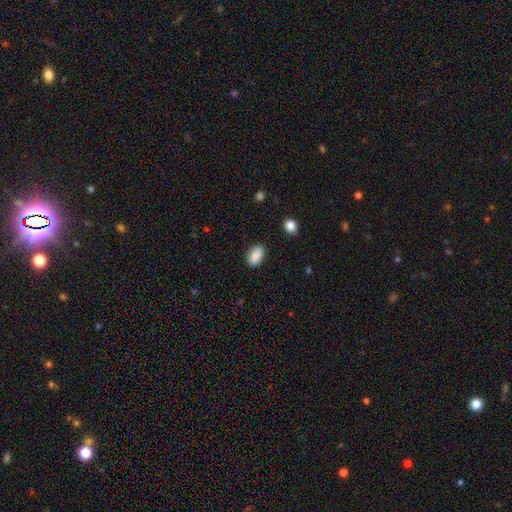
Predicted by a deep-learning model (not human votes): Smooth or featured?
  - smooth: 89% *
  - star or artifact: 7%
  - featured or disk: 4%
How rounded?
  - in between: 90% *
  - round: 8%
  - cigar-shaped: 2%
Merging?
  - none: 86% *
  - minor disturbance: 10%
  - major disturbance: 2%
  - merger: 1%